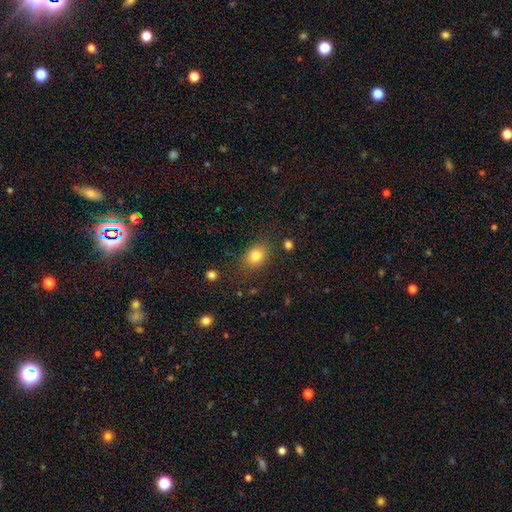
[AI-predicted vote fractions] A smooth galaxy with no disk features (82%) that is in between round and cigar-shaped (58%). Merging: none (81%).